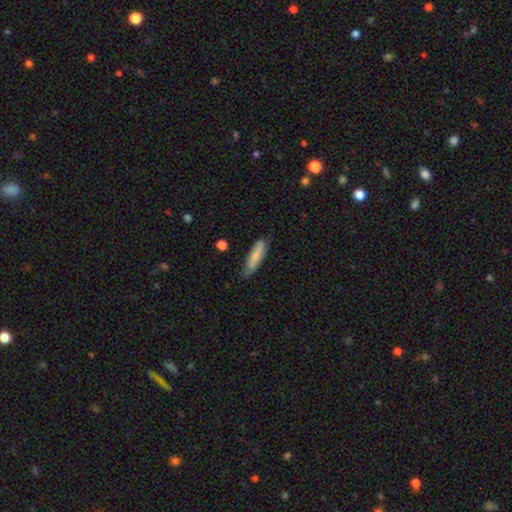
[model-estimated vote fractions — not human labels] A smooth galaxy with no disk features (79%) that is cigar-shaped (71%). Merging: none (77%).